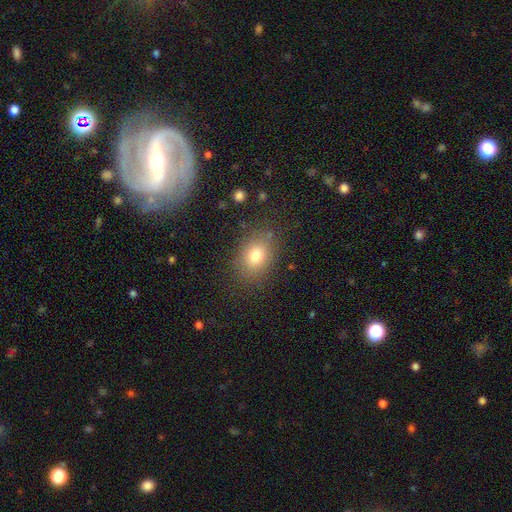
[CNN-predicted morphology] smooth_or_featured: smooth (p=0.77) [alt: star or artifact p=0.13]
how_rounded: in between (p=0.62) [alt: round p=0.37]
merging: none (p=0.82) [alt: minor disturbance p=0.12]